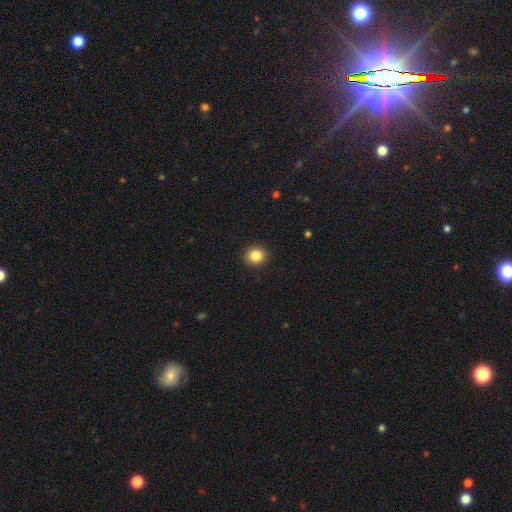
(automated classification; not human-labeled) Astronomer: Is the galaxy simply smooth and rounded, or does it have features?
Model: smooth — 85%.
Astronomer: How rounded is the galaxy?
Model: round — 73%.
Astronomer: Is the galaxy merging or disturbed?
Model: none — 91%.